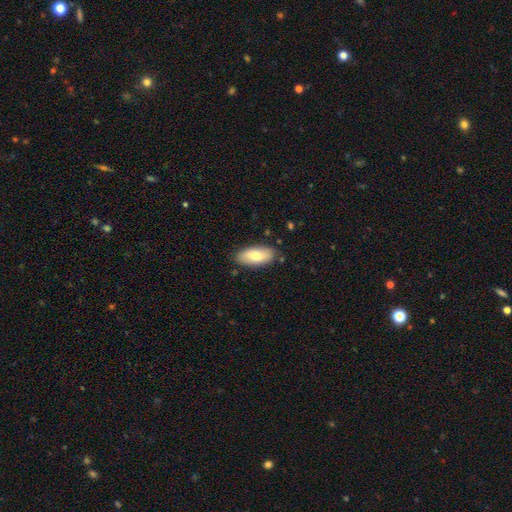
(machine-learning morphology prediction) This appears to be a smooth galaxy with no disk features (73%) that is in between round and cigar-shaped (90%). Merging: none (86%).